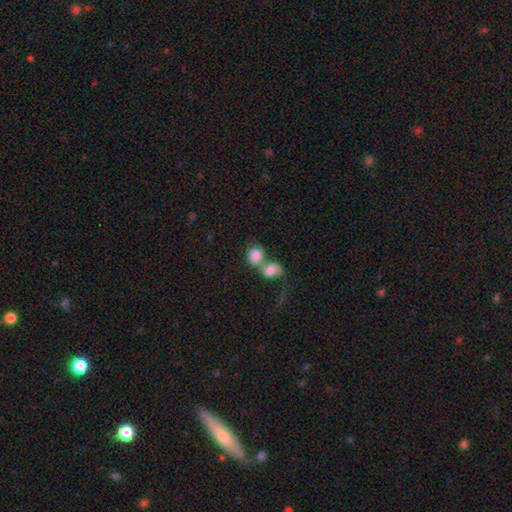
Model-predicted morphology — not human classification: smooth 77%, featured or disk 14%, star or artifact 8%. Down the decision tree: how rounded — round (63%); merging — merger (75%).